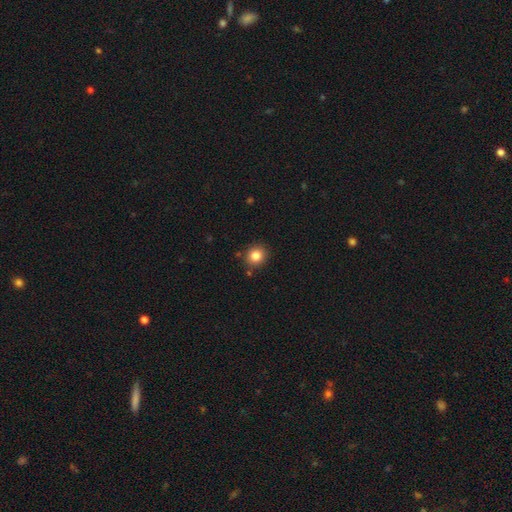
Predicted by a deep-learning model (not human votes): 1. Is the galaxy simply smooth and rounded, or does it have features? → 83% smooth, 11% star or artifact, 6% featured or disk.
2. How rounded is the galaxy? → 85% round, 15% in between, 1% cigar-shaped.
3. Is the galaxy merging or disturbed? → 86% none, 8% minor disturbance, 3% merger, 2% major disturbance.